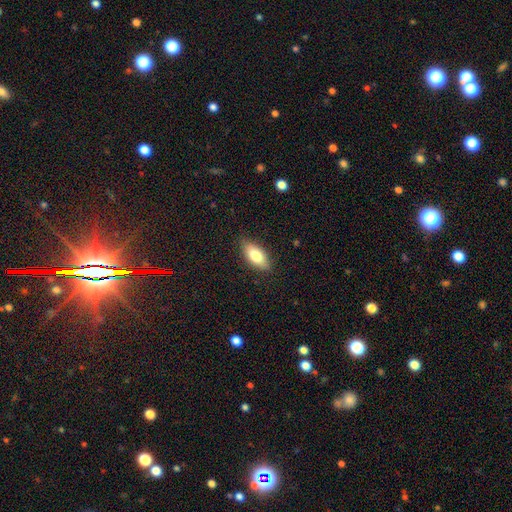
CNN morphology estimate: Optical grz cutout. It shows a smooth galaxy with no disk features (76%) that is in between round and cigar-shaped (86%). Merging: none (84%).